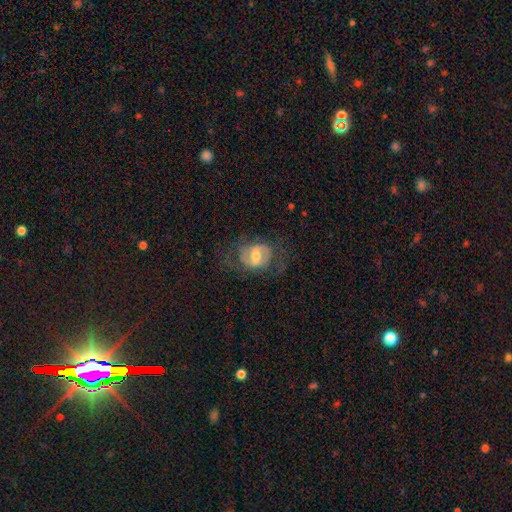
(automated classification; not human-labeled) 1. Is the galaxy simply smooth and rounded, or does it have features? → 68% featured or disk, 25% smooth, 8% star or artifact.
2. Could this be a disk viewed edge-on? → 96% no, 4% yes.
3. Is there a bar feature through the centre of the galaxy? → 47% weak, 27% no, 26% strong.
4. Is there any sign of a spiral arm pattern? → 72% yes, 28% no.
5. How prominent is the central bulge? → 69% moderate, 21% small, 7% large, 2% none, 1% dominant.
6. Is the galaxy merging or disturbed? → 62% none, 18% minor disturbance, 18% major disturbance, 1% merger.